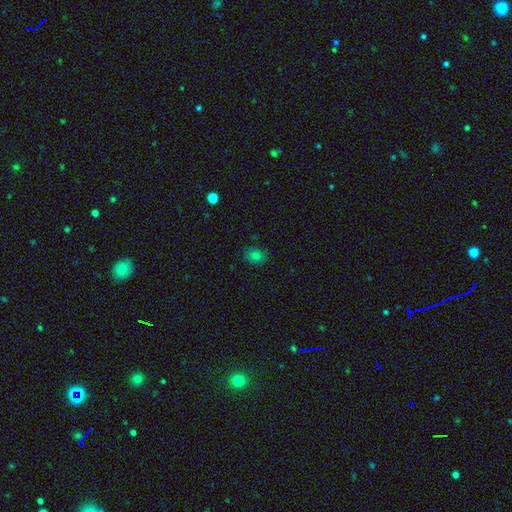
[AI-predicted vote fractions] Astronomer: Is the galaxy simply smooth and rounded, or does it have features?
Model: smooth — 77%.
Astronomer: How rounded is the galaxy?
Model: round — 50% (runner-up: in between, 49%).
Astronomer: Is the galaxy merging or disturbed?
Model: none — 84%.